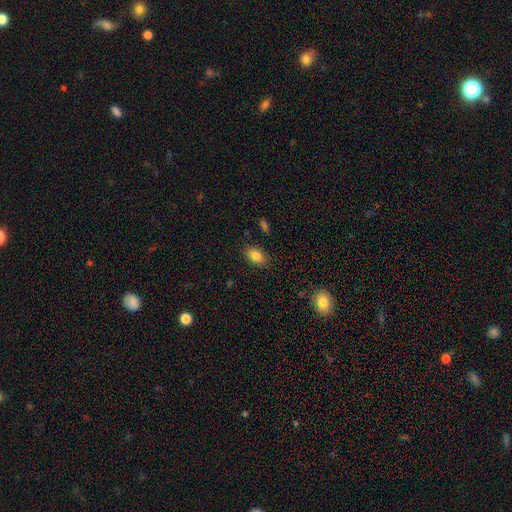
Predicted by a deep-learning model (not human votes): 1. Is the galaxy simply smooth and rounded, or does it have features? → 84% smooth, 9% star or artifact, 7% featured or disk.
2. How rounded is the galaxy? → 85% in between, 13% round, 2% cigar-shaped.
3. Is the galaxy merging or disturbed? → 85% none, 11% minor disturbance, 3% major disturbance, 2% merger.